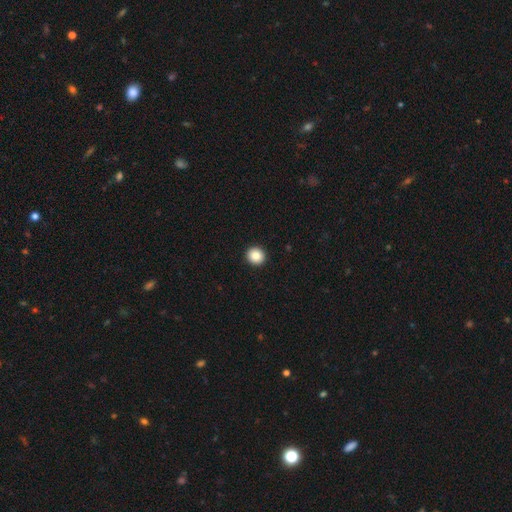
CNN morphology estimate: This is clearly a smooth galaxy (86%). How rounded: clearly round (91%). Merging: clearly none (94%).